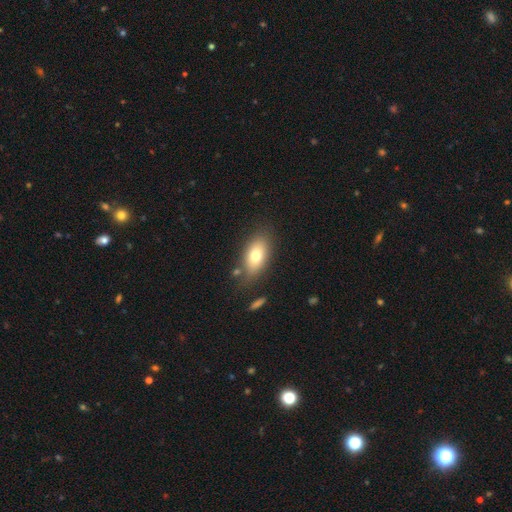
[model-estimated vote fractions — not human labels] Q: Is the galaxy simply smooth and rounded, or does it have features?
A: smooth — 74%.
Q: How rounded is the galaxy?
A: in between — 88%.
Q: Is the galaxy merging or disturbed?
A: none — 74%.